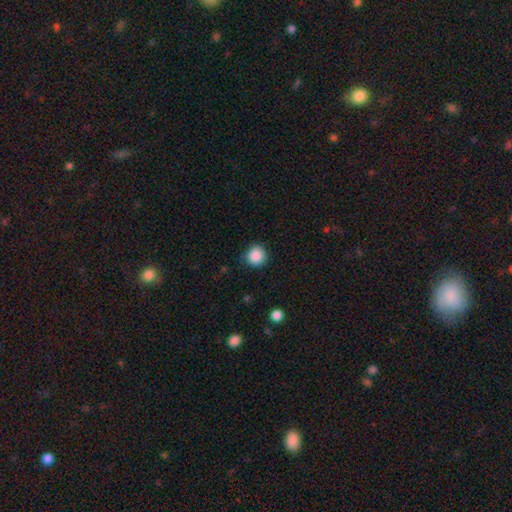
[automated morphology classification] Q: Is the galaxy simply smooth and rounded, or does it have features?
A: smooth — 88%.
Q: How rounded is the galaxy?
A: round — 92%.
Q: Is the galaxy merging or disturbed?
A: none — 85%.